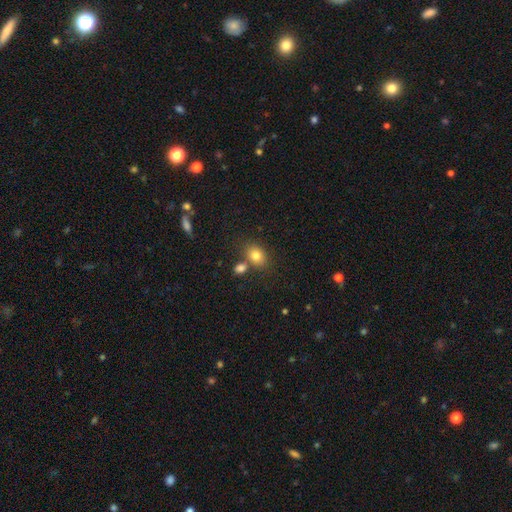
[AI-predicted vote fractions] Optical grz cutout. It shows a smooth galaxy with no disk features (81%) that is in between round and cigar-shaped (63%). Merging: none (63%).